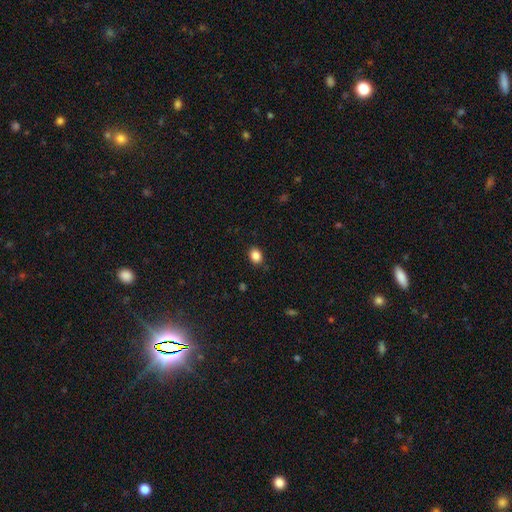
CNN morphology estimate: This is clearly a smooth galaxy (87%). How rounded: possibly in between (59%). Merging: clearly none (88%).